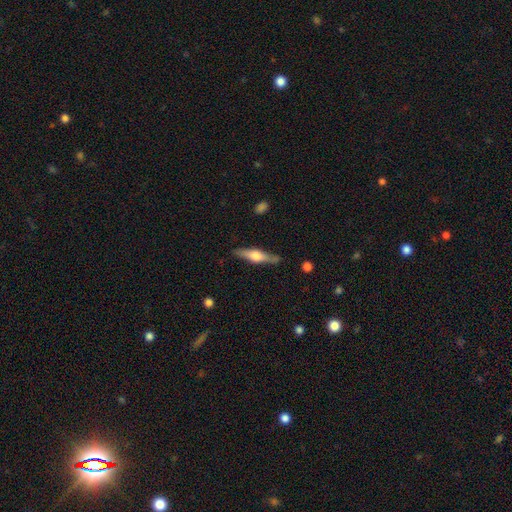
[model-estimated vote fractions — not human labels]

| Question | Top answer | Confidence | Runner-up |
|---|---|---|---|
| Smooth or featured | featured or disk | 63% | smooth (32%) |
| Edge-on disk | yes | 96% | no (4%) |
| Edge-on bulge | rounded | 88% | boxy (10%) |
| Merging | none | 84% | minor disturbance (11%) |